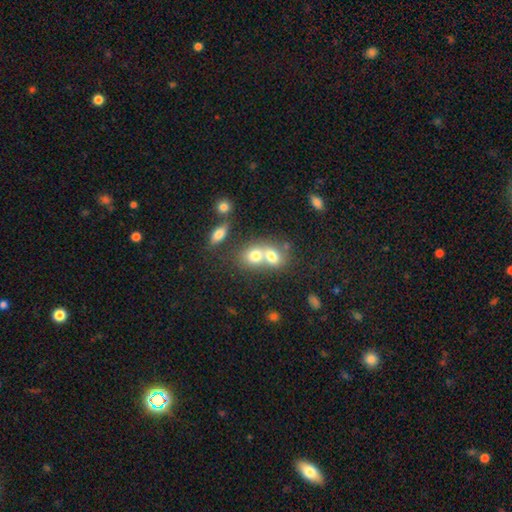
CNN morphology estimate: Smooth or featured? smooth (71%)
How rounded? round (54%)
Merging? merger (70%)